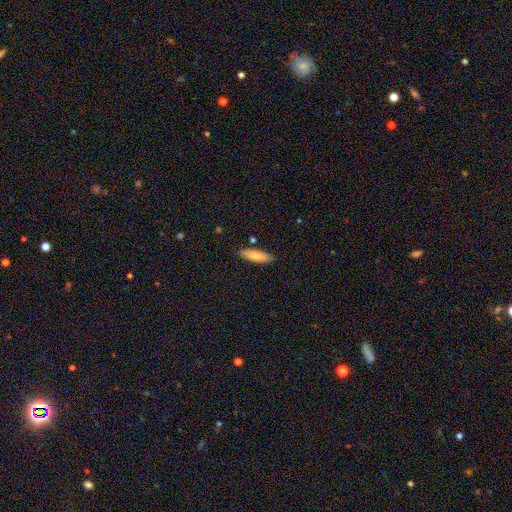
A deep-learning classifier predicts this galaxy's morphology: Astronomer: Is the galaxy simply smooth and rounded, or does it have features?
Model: smooth — 76%.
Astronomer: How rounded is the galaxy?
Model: cigar-shaped — 57% (runner-up: in between, 42%).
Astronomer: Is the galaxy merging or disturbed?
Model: none — 85%.